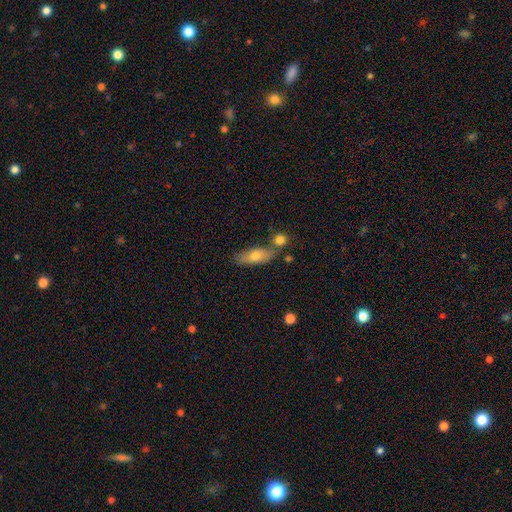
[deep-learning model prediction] Smooth or featured: smooth — 66% (featured or disk — 27%)
How rounded: in between — 62% (cigar-shaped — 34%)
Merging: none — 65% (merger — 17%)